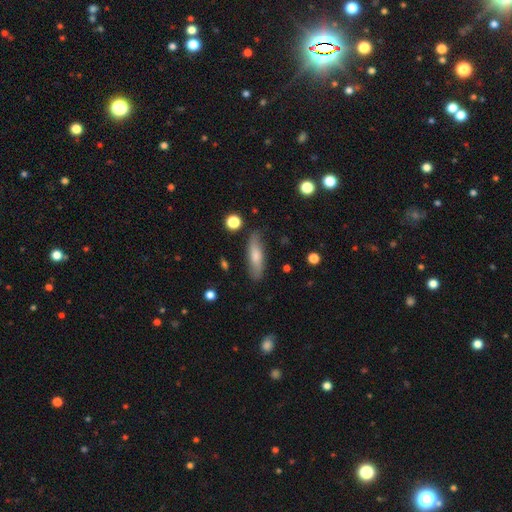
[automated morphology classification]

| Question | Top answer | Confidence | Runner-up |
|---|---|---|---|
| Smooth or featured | smooth | 67% | featured or disk (27%) |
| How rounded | cigar-shaped | 58% | in between (39%) |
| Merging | none | 80% | minor disturbance (15%) |